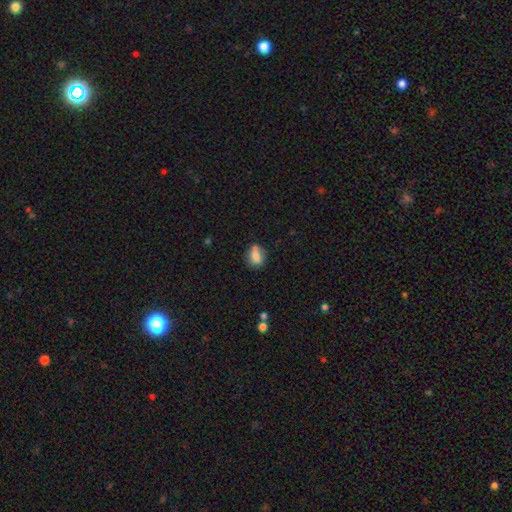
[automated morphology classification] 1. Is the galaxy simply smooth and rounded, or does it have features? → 79% smooth, 12% featured or disk, 9% star or artifact.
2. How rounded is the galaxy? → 51% in between, 47% round, 2% cigar-shaped.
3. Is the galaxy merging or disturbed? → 57% none, 21% minor disturbance, 16% merger, 5% major disturbance.